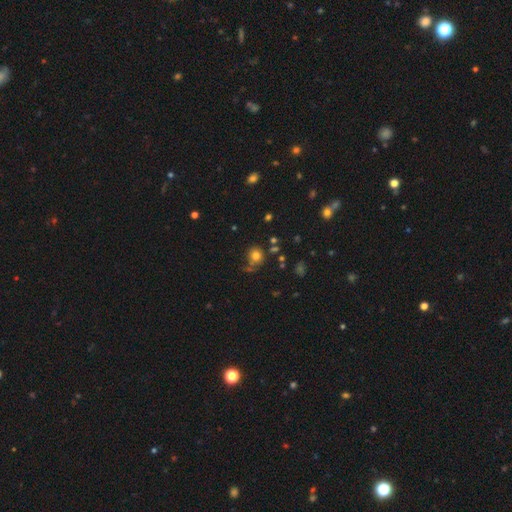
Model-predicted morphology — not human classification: This is likely a smooth galaxy (76%). How rounded: clearly round (85%). Merging: likely none (70%).